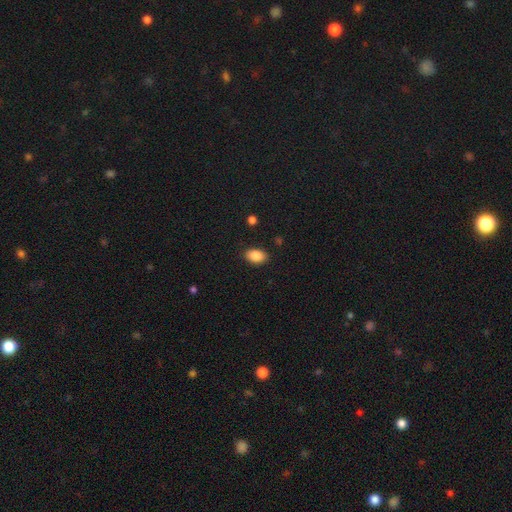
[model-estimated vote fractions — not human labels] Overall: smooth (88%). How rounded: in between (88%). Merging: none (88%).